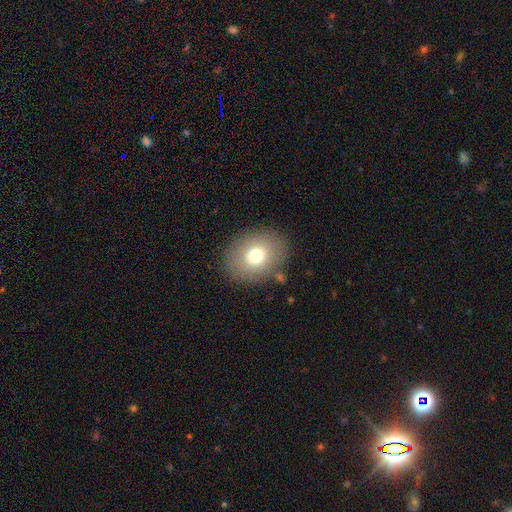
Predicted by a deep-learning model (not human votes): This appears to be a smooth galaxy with no disk features (74%) that is in between round and cigar-shaped (54%). Merging: none (84%).